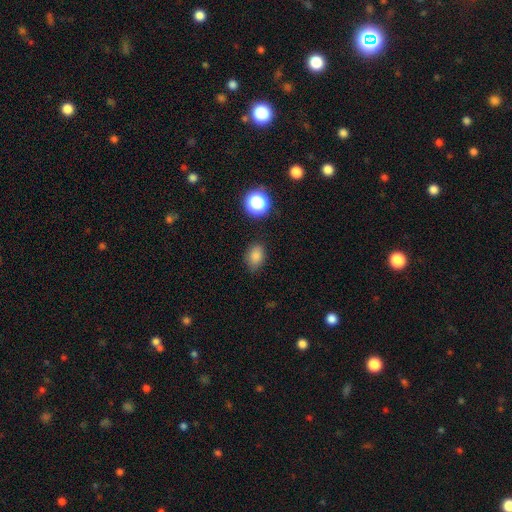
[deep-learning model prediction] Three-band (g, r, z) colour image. It shows a smooth galaxy with no disk features (82%) that is in between round and cigar-shaped (75%). Merging: none (78%).